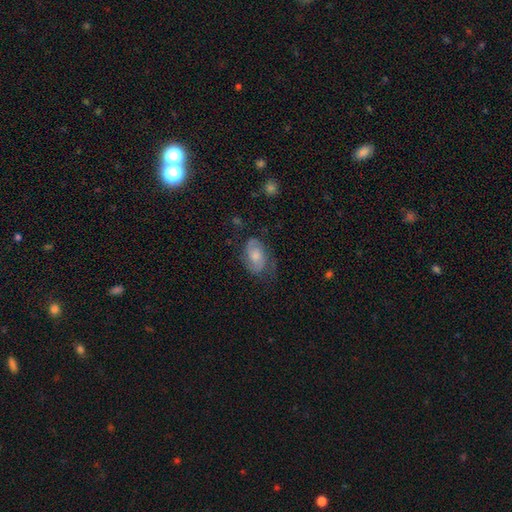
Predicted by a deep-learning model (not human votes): This appears to be a featured or disk galaxy (57%) with no bar (68%), spiral arms (85%) and a moderate central bulge (52%). Merging: none (57%).